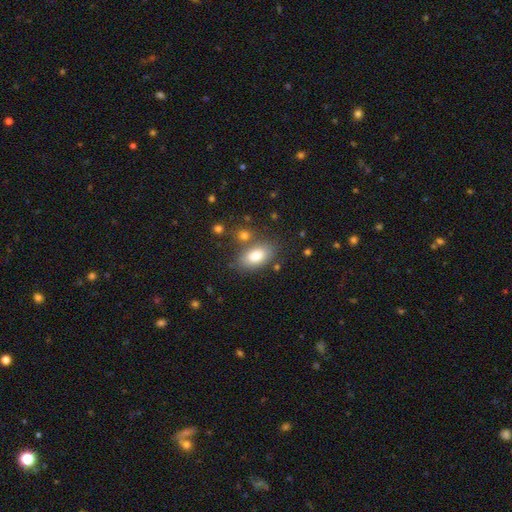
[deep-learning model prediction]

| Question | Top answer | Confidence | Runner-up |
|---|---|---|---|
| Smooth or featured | smooth | 83% | featured or disk (10%) |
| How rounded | in between | 92% | round (5%) |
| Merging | none | 74% | minor disturbance (13%) |